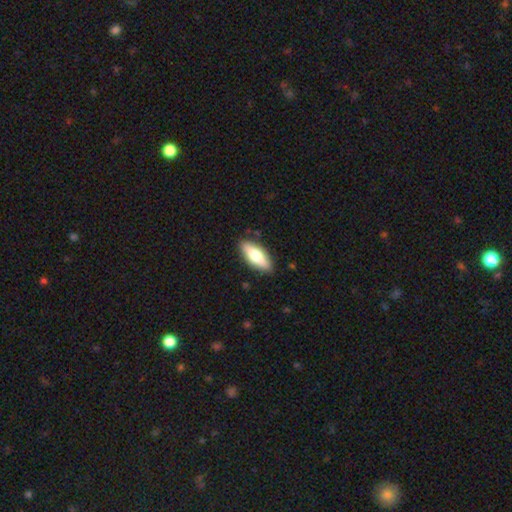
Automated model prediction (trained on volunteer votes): Smooth or featured? smooth (69%)
How rounded? in between (71%)
Merging? none (87%)